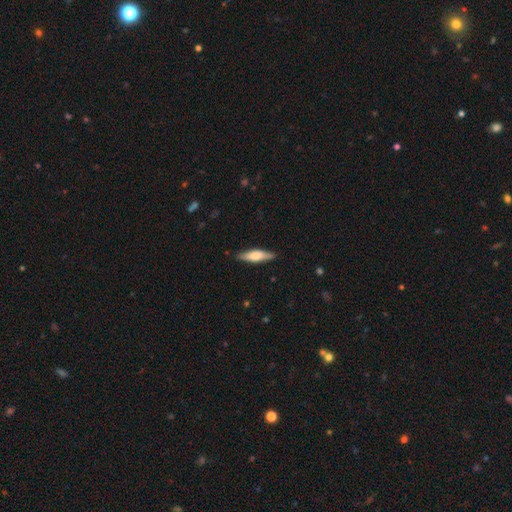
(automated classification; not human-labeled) This appears to be a smooth galaxy with no disk features (58%) that is cigar-shaped (67%). Merging: none (88%).